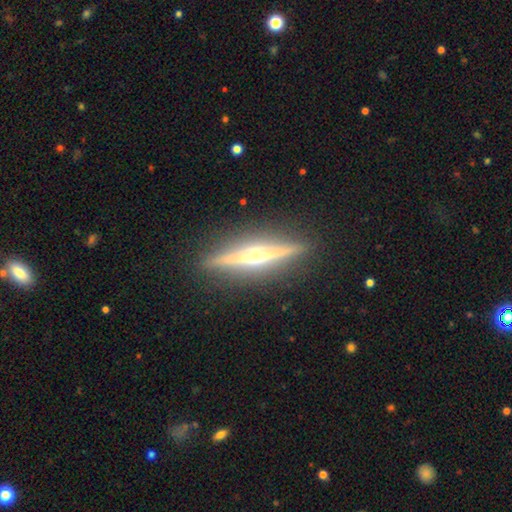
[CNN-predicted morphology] This appears to be a featured or disk galaxy (82%) viewed edge-on (98%) with a rounded central bulge (91%). Merging: none (91%).